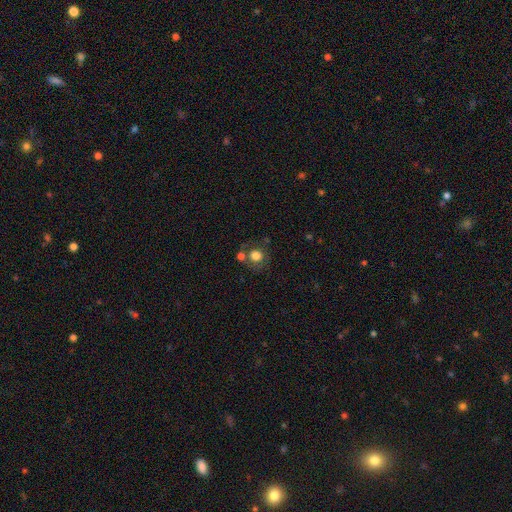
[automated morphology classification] The model was most divided on "merging": none: 59%, merger: 19%, minor disturbance: 14%, major disturbance: 8%. More confident: how rounded — round (86%); smooth or featured — smooth (71%).